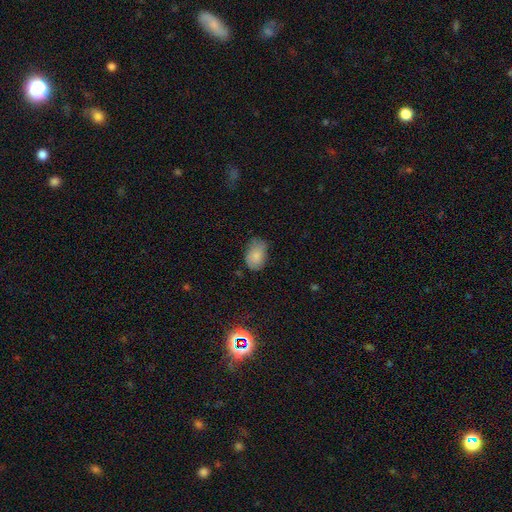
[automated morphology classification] smooth-or-featured: smooth: 81% | featured or disk: 11% | star or artifact: 8%
  how-rounded: in between: 86% | round: 13% | cigar-shaped: 1%
  merging: none: 64% | minor disturbance: 29% | major disturbance: 6% | merger: 2%